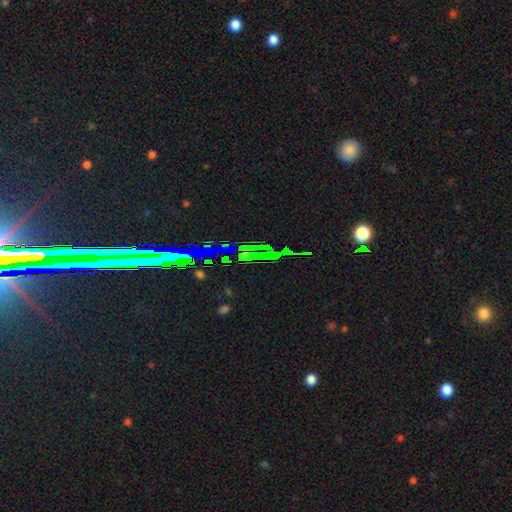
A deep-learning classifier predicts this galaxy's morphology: This appears to be a star or artifact, not a galaxy (75%).